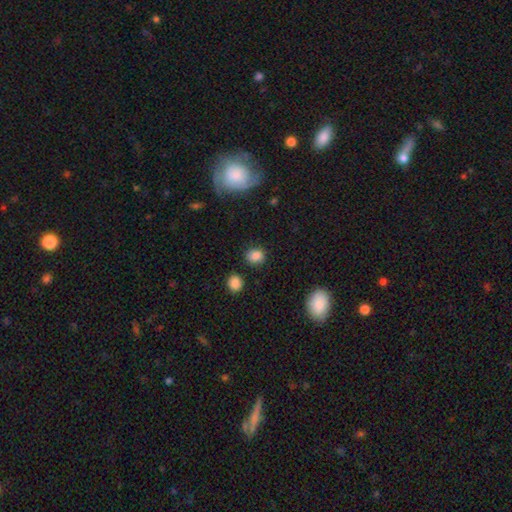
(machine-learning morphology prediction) Smooth or featured? Predicted: smooth (p=0.85). How rounded? Predicted: round (p=0.66). Merging? Predicted: none (p=0.83).